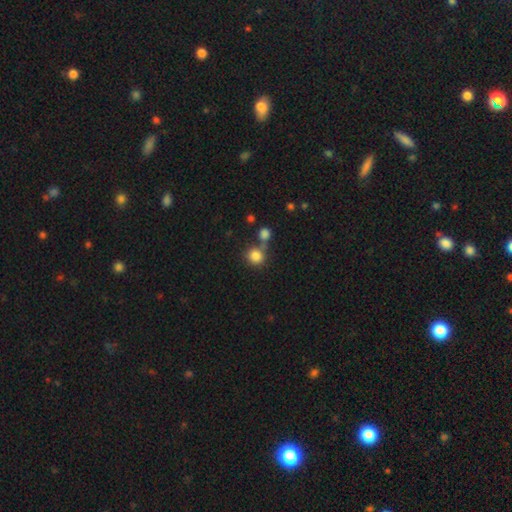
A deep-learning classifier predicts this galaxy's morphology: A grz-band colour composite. It shows a smooth galaxy with no disk features (83%) that is round (89%). Merging: none (61%).